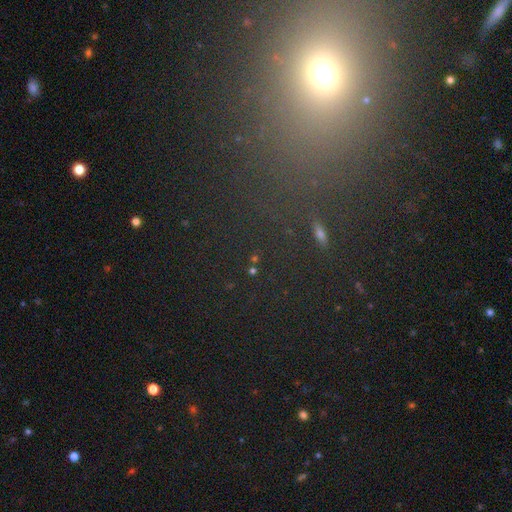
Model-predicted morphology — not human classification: The model was most divided on "smooth or featured": star or artifact: 54%, smooth: 36%, featured or disk: 10%.